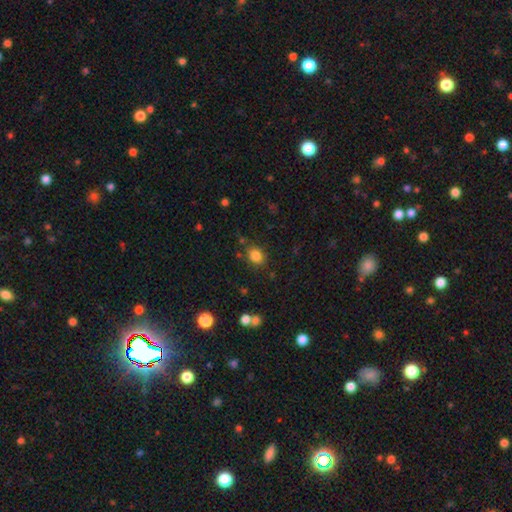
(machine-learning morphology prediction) smooth_or_featured: smooth (p=0.83) [alt: star or artifact p=0.12]
how_rounded: in between (p=0.51) [alt: round p=0.48]
merging: none (p=0.78) [alt: minor disturbance p=0.13]